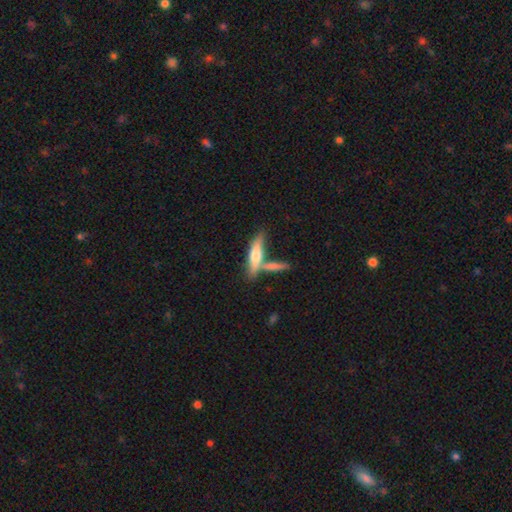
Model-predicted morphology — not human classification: This is possibly a smooth galaxy (56%). How rounded: likely cigar-shaped (70%). Merging: possibly none (51%).